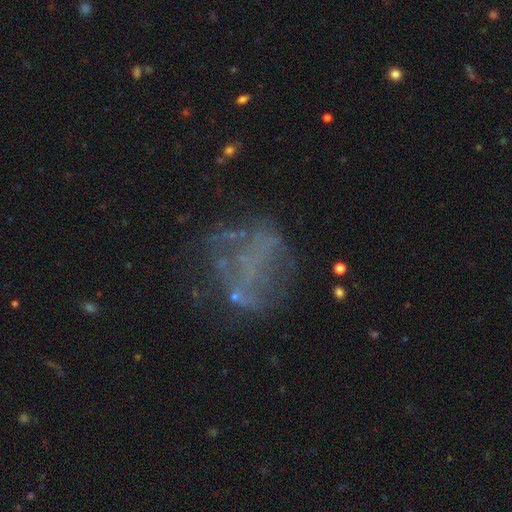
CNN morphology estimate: Q: Smooth or featured?
A: featured or disk (56%); runner-up: star or artifact (22%)
Q: Edge-on disk?
A: no (98%); runner-up: yes (2%)
Q: Bar?
A: no (87%); runner-up: weak (9%)
Q: Spiral arms?
A: no (87%); runner-up: yes (13%)
Q: Bulge size?
A: none (83%); runner-up: small (10%)
Q: Merging?
A: none (52%); runner-up: major disturbance (26%)